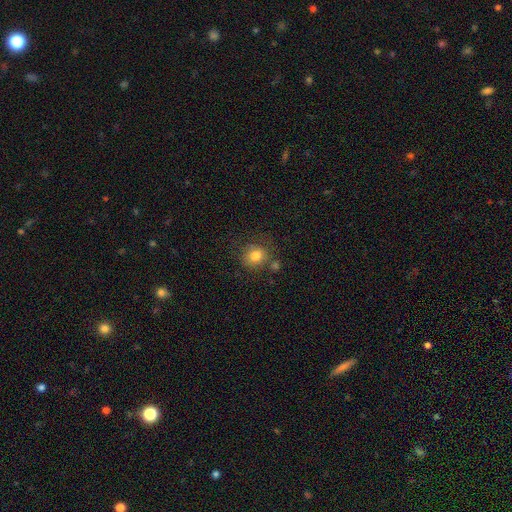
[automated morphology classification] A smooth galaxy with no disk features (80%) that is round (77%). Merging: none (70%).